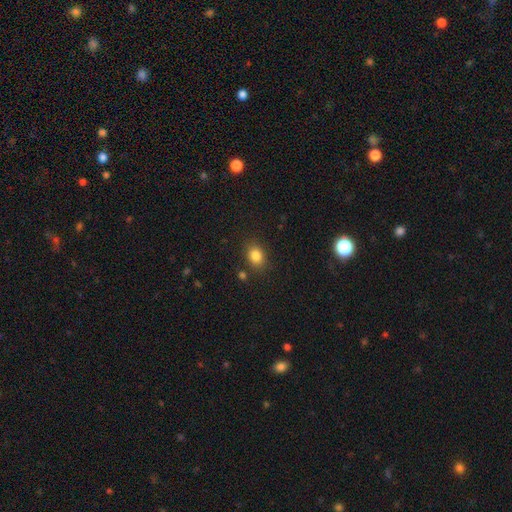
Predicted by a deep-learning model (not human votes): Overall: smooth (84%). How rounded: in between (56%; round 43%). Merging: none (81%).